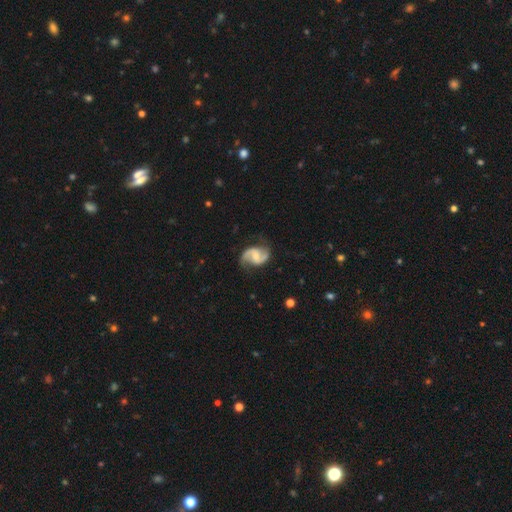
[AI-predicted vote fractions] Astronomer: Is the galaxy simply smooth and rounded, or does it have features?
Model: featured or disk — 89%.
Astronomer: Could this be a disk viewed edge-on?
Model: no — 98%.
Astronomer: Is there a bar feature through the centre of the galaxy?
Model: weak — 46% (runner-up: no, 42%).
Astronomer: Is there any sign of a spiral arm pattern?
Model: yes — 98%.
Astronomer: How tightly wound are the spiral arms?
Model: medium — 49% (runner-up: loose, 38%).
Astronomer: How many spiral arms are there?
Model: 2 — 94%.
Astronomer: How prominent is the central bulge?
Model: small — 44% (runner-up: moderate, 39%).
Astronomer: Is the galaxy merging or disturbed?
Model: none — 78%.